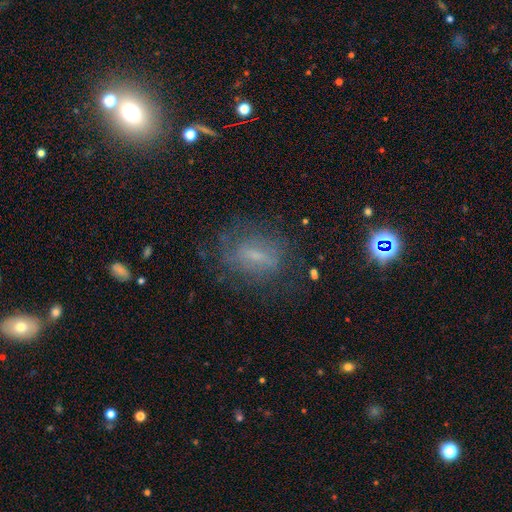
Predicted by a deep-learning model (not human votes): Overall: featured or disk (45%; smooth 36%). Merging: none (67%).